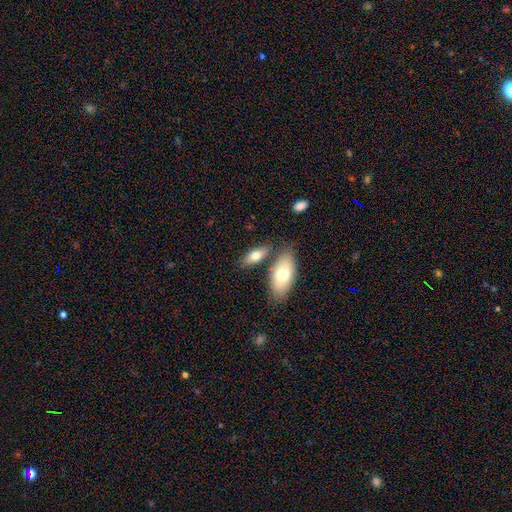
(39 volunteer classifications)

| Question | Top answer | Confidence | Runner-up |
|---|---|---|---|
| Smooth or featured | smooth | 69% | featured or disk (26%) |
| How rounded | in between | 85% | cigar-shaped (15%) |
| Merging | none | 78% | merger (16%) |